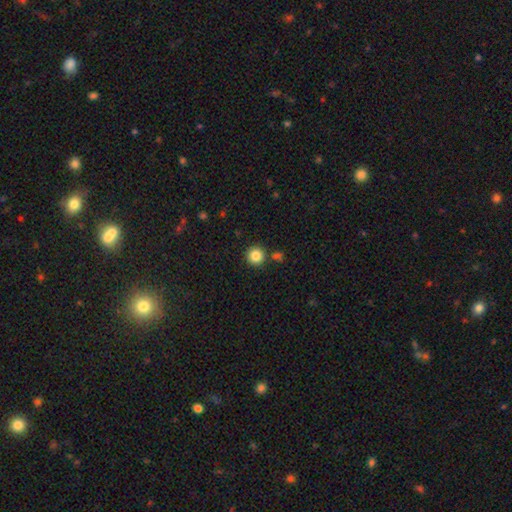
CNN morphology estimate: Smooth or featured? Predicted: smooth (p=0.85). How rounded? Predicted: round (p=0.95). Merging? Predicted: none (p=0.85).